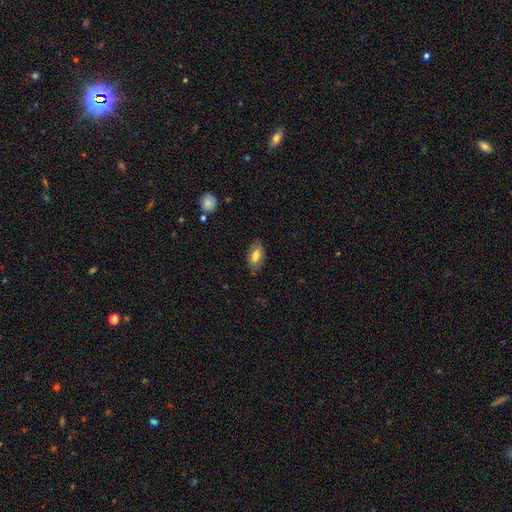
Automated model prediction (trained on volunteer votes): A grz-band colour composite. It shows a smooth galaxy with no disk features (73%) that is in between round and cigar-shaped (90%). Merging: none (81%).